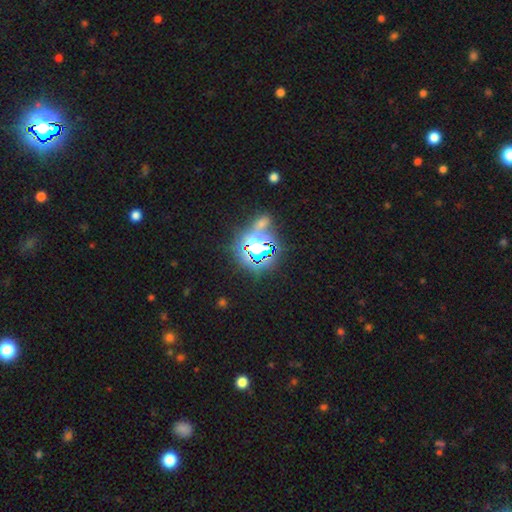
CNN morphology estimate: Smooth or featured?
  - star or artifact: 76% *
  - smooth: 15%
  - featured or disk: 9%